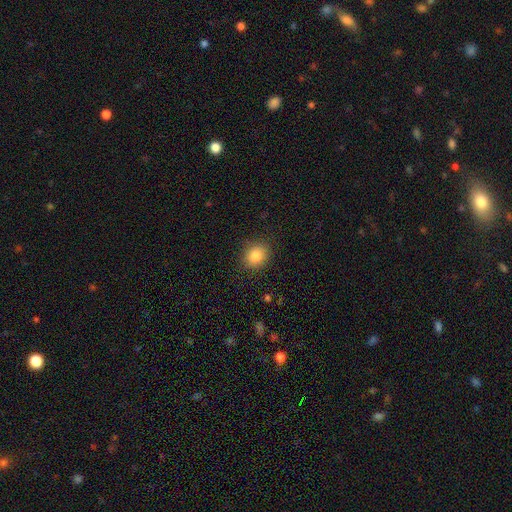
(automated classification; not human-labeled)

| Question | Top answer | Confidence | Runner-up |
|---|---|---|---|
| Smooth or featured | smooth | 83% | star or artifact (10%) |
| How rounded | round | 65% | in between (34%) |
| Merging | none | 88% | minor disturbance (8%) |